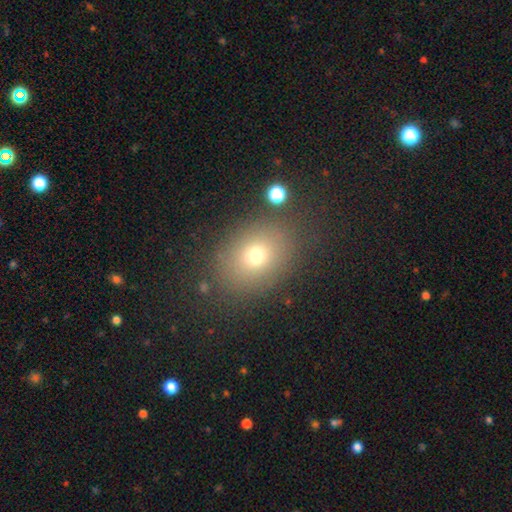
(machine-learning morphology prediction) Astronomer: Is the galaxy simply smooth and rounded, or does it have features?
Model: smooth — 71%.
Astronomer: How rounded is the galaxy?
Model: in between — 56% (runner-up: round, 42%).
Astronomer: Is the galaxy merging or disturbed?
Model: none — 80%.